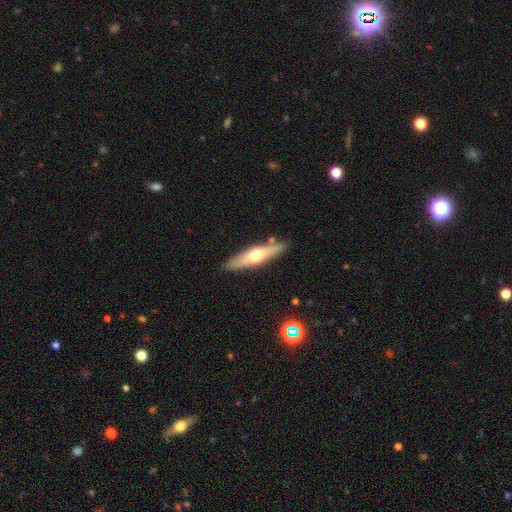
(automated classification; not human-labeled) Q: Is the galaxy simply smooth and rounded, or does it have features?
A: featured or disk — 49%.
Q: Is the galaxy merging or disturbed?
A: none — 85%.